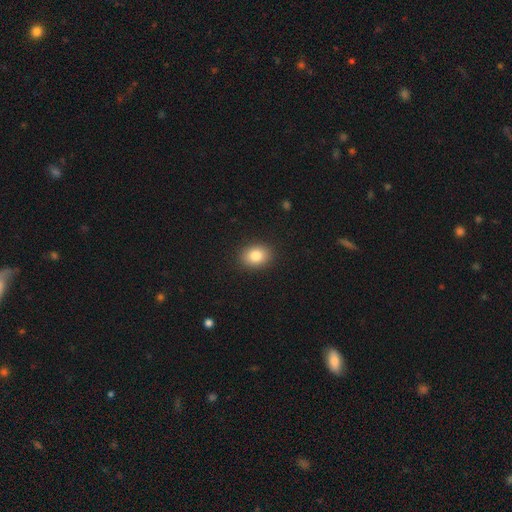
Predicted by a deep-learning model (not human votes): smooth 84%, star or artifact 9%, featured or disk 7%. Down the decision tree: how rounded — in between (61%); merging — none (90%).